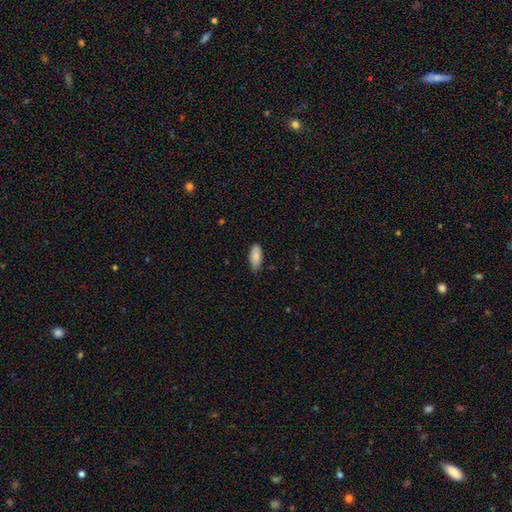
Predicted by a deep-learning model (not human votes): A smooth galaxy with no disk features (87%) that is in between round and cigar-shaped (85%). Merging: none (73%).